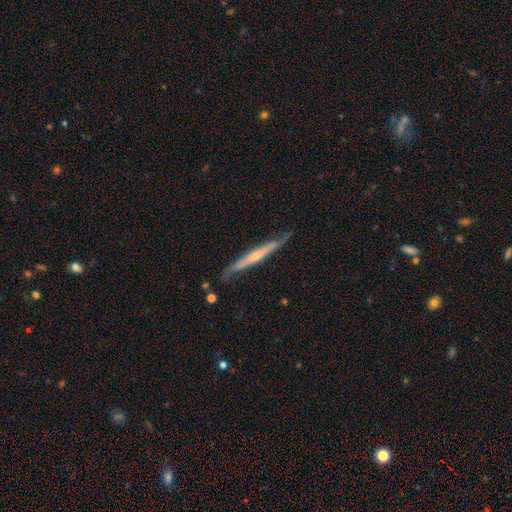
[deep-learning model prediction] Smooth or featured: featured or disk — 67% (smooth — 28%)
Edge-on disk: yes — 92% (no — 8%)
Edge-on bulge: none — 48% (rounded — 46%)
Merging: none — 74% (minor disturbance — 20%)